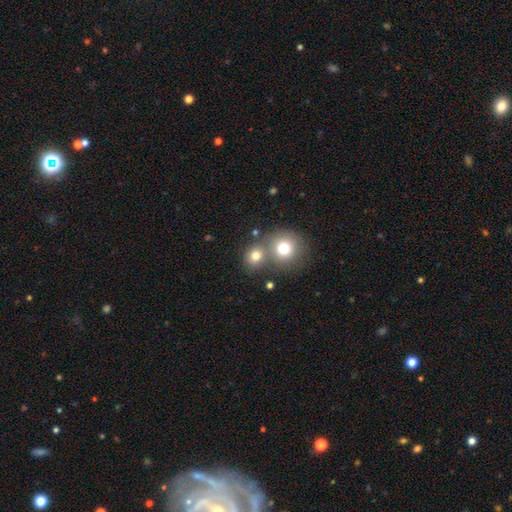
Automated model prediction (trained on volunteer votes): Smooth or featured? smooth (76%)
How rounded? round (78%)
Merging? none (48%)